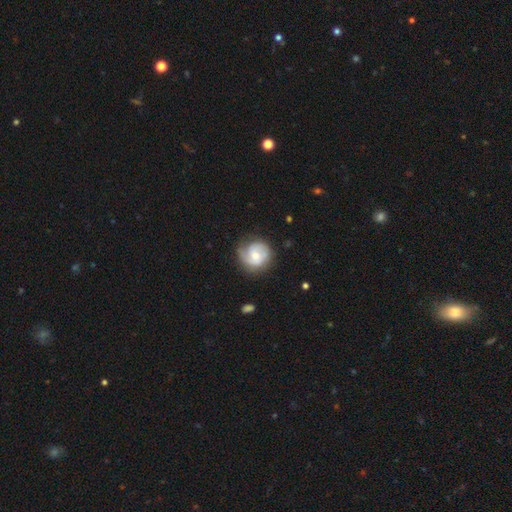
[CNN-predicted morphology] A featured or disk galaxy (60%) with no bar (61%), 2 (56%) tight (40%, tied with medium) spiral arms (88%) and a moderate central bulge (52%). Merging: none (70%).